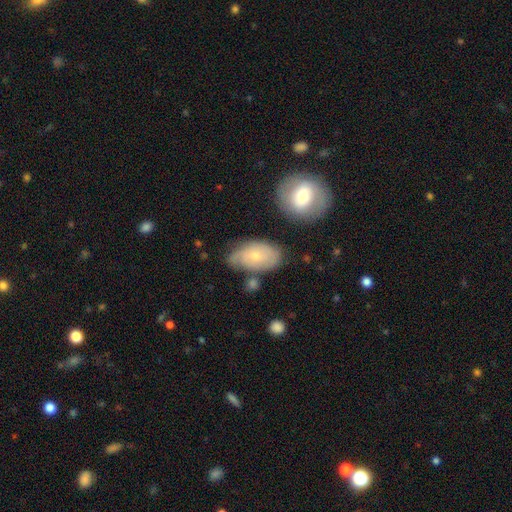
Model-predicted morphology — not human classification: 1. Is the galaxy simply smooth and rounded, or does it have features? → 49% featured or disk, 45% smooth, 7% star or artifact.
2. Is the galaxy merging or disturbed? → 58% none, 26% minor disturbance, 9% major disturbance, 8% merger.